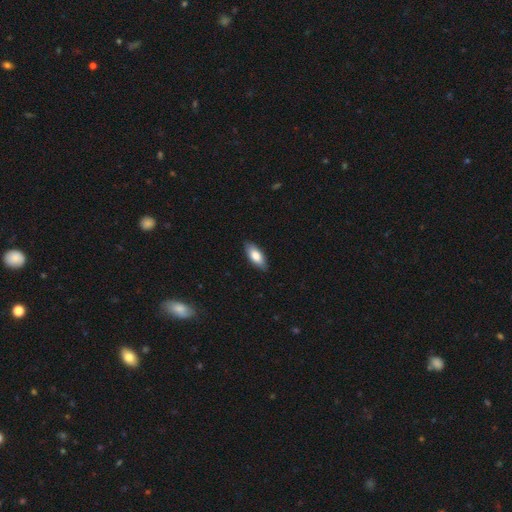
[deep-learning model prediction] Smooth or featured? smooth (79%)
How rounded? in between (82%)
Merging? none (88%)